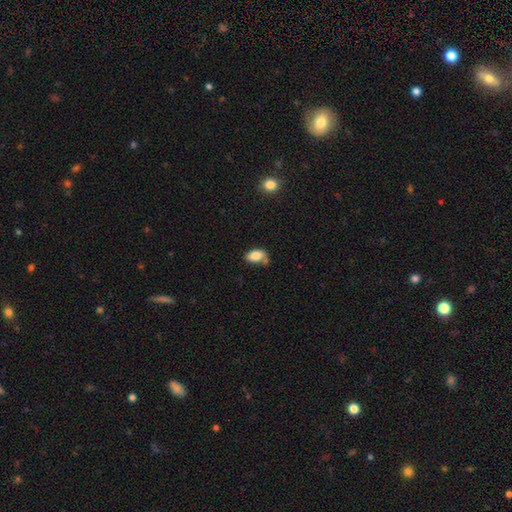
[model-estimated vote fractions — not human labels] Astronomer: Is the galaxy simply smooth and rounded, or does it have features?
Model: smooth — 83%.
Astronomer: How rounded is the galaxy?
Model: in between — 91%.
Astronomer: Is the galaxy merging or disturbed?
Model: none — 54%.